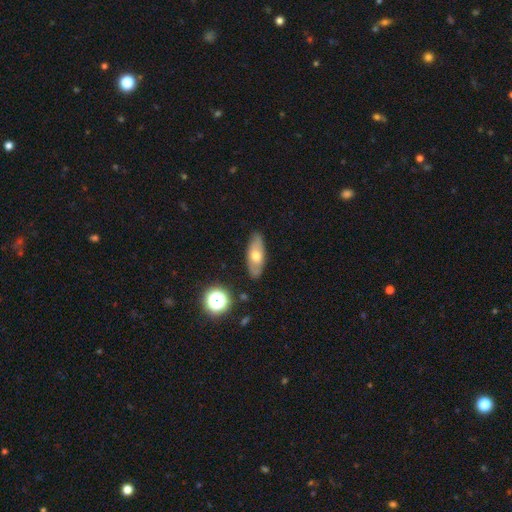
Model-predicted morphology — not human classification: A smooth galaxy with no disk features (56%) that is in between round and cigar-shaped (76%). Merging: none (84%).